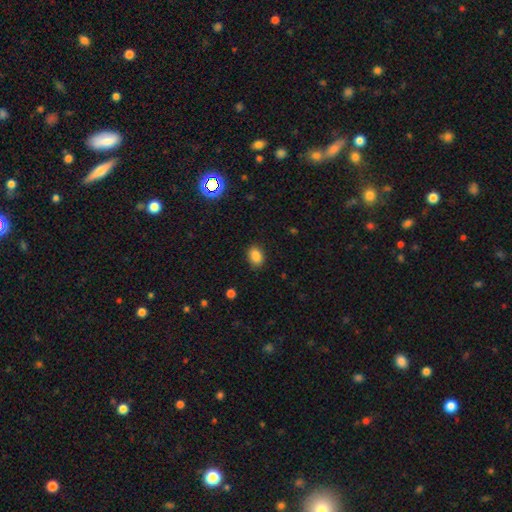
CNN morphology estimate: Overall: smooth (87%). How rounded: in between (78%). Merging: none (87%).